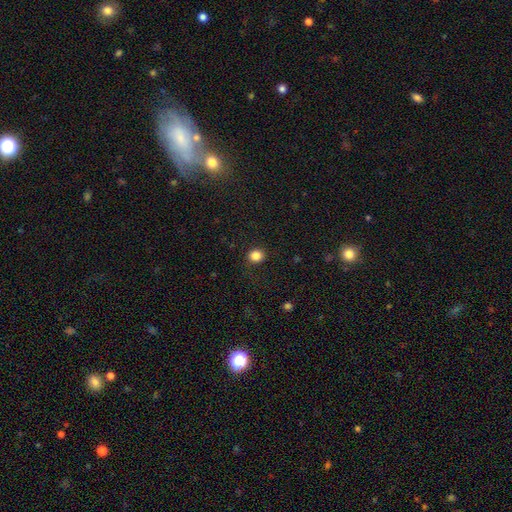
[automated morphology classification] Smooth or featured?
  - smooth: 85% *
  - star or artifact: 11%
  - featured or disk: 4%
How rounded?
  - round: 79% *
  - in between: 20%
  - cigar-shaped: 1%
Merging?
  - none: 88% *
  - minor disturbance: 8%
  - major disturbance: 3%
  - merger: 1%